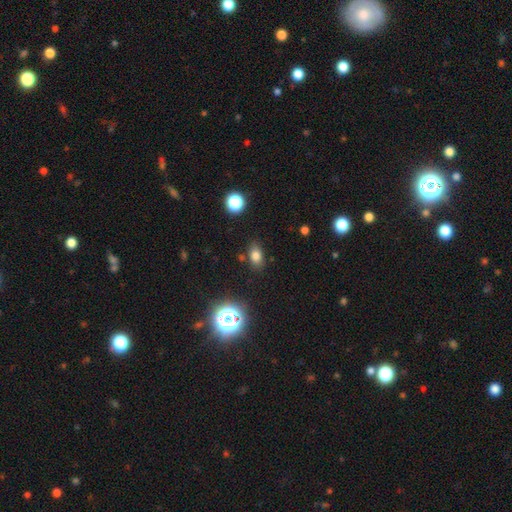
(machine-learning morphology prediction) Smooth or featured? Predicted: smooth (p=0.76). How rounded? Predicted: in between (p=0.80). Merging? Predicted: none (p=0.83).